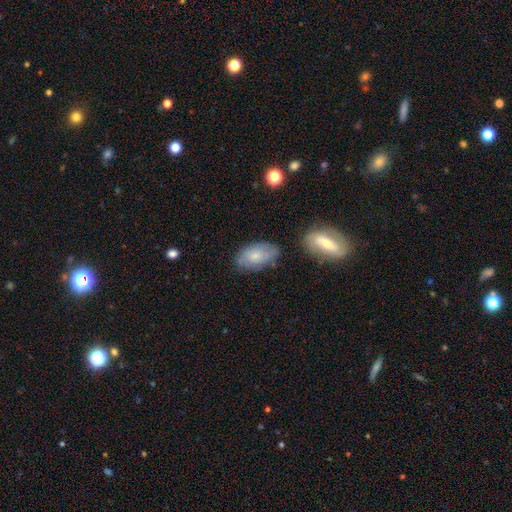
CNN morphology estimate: Smooth or featured? smooth (69%)
How rounded? in between (93%)
Merging? none (68%)